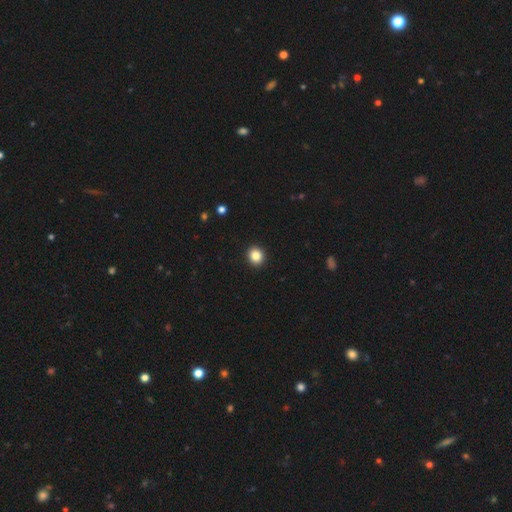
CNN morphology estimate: This appears to be a smooth galaxy with no disk features (85%) that is round (81%). Merging: none (93%).